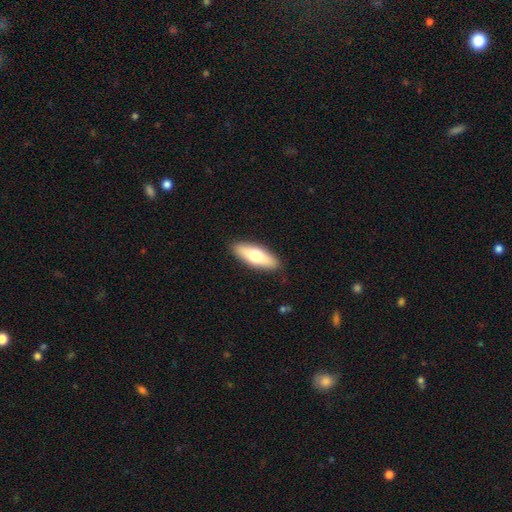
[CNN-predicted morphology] Smooth or featured? smooth (64%)
How rounded? in between (61%)
Merging? none (89%)